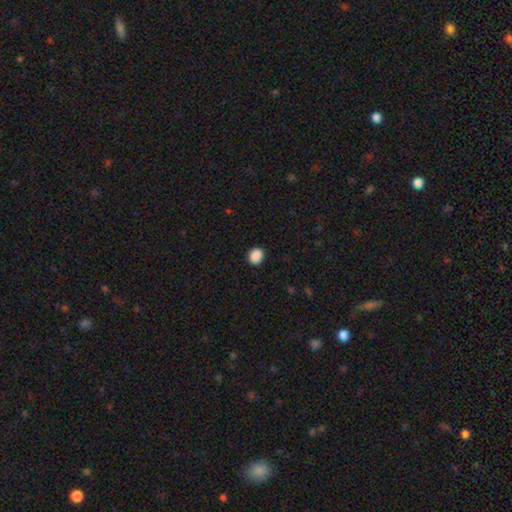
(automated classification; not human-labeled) Overall: smooth (89%). How rounded: round (68%; in between 32%). Merging: none (90%).